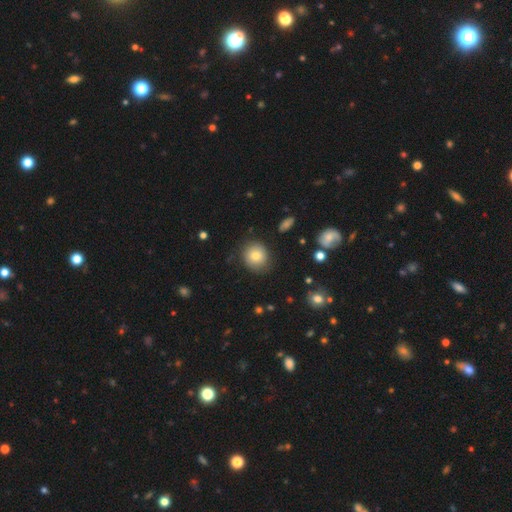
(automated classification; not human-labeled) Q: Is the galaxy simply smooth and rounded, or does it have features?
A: smooth — 75%.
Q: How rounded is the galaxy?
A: round — 86%.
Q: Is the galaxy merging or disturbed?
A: none — 81%.